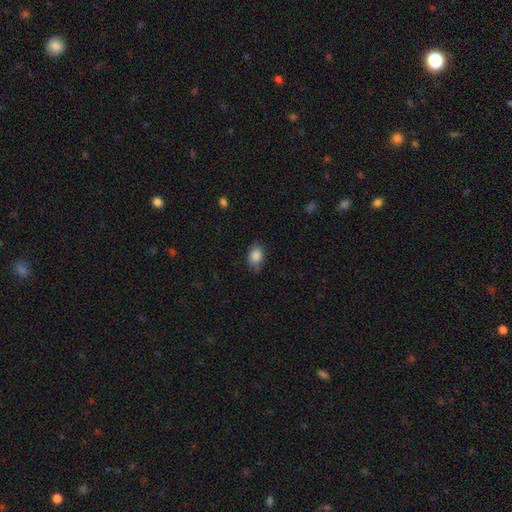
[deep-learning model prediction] Smooth or featured?
  - smooth: 87% *
  - star or artifact: 8%
  - featured or disk: 5%
How rounded?
  - in between: 76% *
  - round: 23%
  - cigar-shaped: 1%
Merging?
  - none: 70% *
  - minor disturbance: 24%
  - major disturbance: 5%
  - merger: 1%